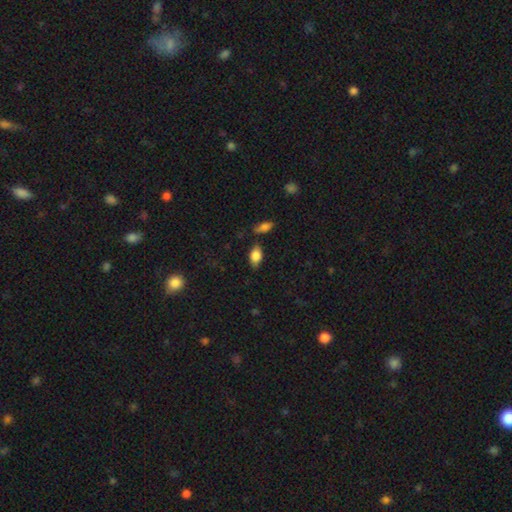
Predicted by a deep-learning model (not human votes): The model was most divided on "merging": none: 76%, minor disturbance: 15%, merger: 5%, major disturbance: 4%. More confident: how rounded — in between (90%); smooth or featured — smooth (82%).